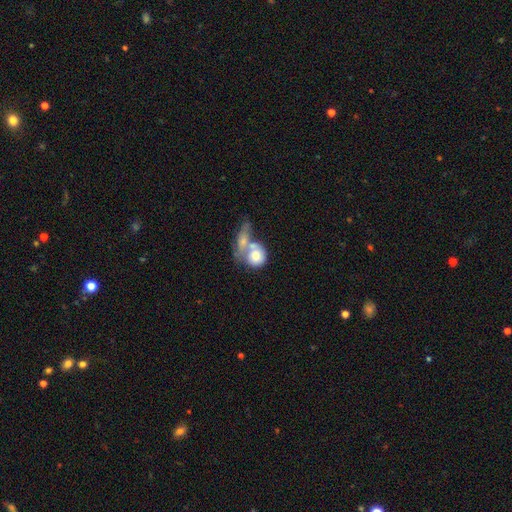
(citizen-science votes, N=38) smooth 53%, featured or disk 42%, star or artifact 5%. Down the decision tree: how rounded — round (55%); merging — merger (58%).